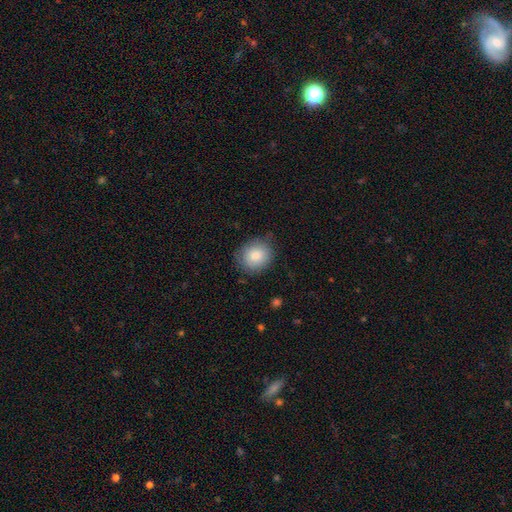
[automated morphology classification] The model was most divided on "how rounded": round: 77%, in between: 22%, cigar-shaped: 1%. More confident: smooth or featured — smooth (83%); merging — none (78%).